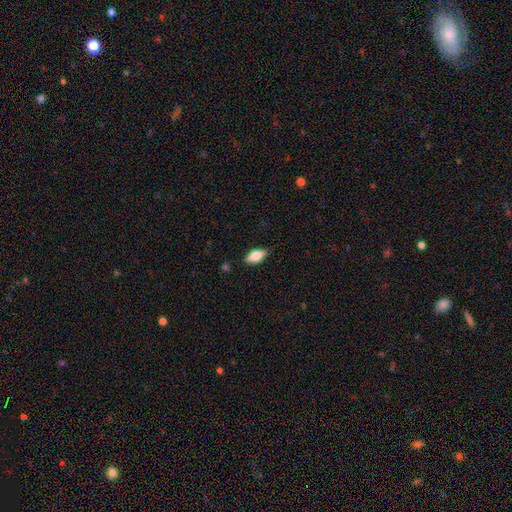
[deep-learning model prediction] Overall: smooth (77%). How rounded: in between (86%). Merging: none (85%).